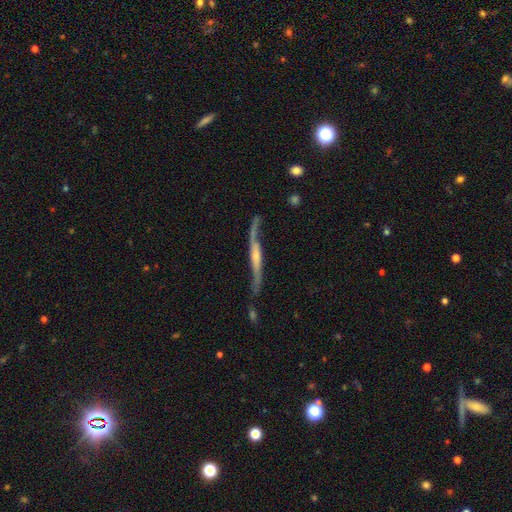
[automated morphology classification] type=featured or disk (82%); edge-on=yes (90%); edge-on bulge=rounded (73%); merging=none (72%).